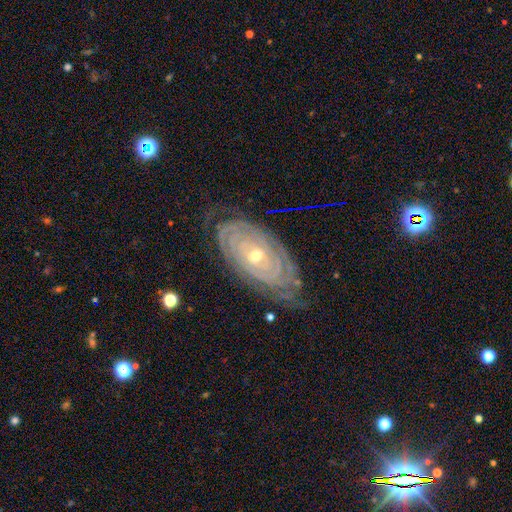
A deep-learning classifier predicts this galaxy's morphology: Overall: featured or disk (86%). Edge-on disk: no (93%). Bar: no (76%). Spiral arms: yes (93%). Spiral arm count: can't tell (44%; 2 18%). Spiral winding: tight (86%). Bulge size: small (54%; moderate 43%). Merging: none (75%).